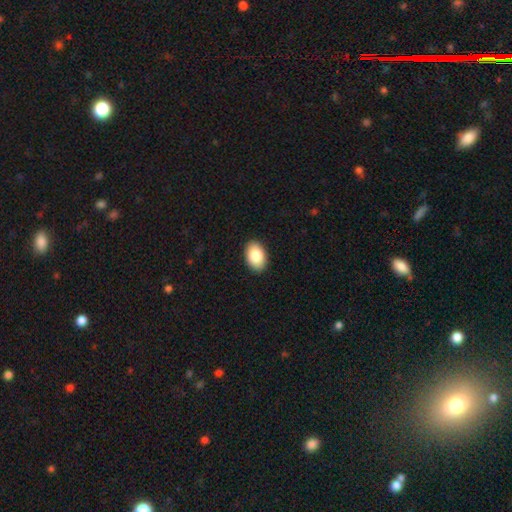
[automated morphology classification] A smooth galaxy with no disk features (86%) that is in between round and cigar-shaped (90%). Merging: none (91%).